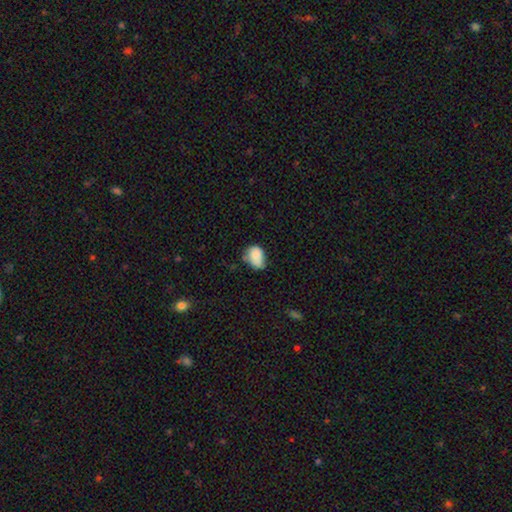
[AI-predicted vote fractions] A smooth galaxy with no disk features (82%) that is in between round and cigar-shaped (75%).

Vote fractions:
- Smooth or featured? smooth: 82% / featured or disk: 10% / star or artifact: 8%
- How rounded? in between: 75% / round: 24% / cigar-shaped: 1%
- Merging? none: 42% / minor disturbance: 41% / major disturbance: 10% / merger: 7%